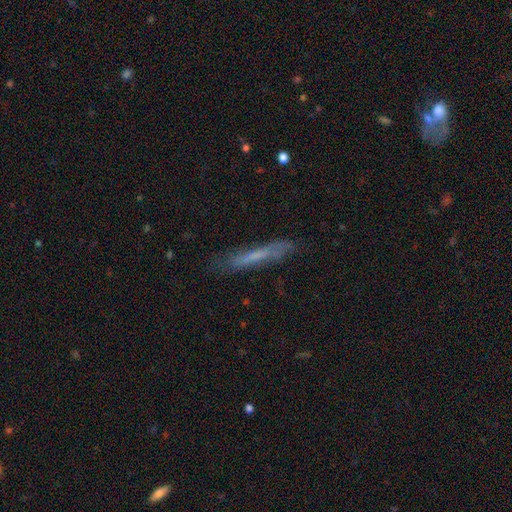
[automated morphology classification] A smooth galaxy with no disk features (49%). Merging: none (77%).